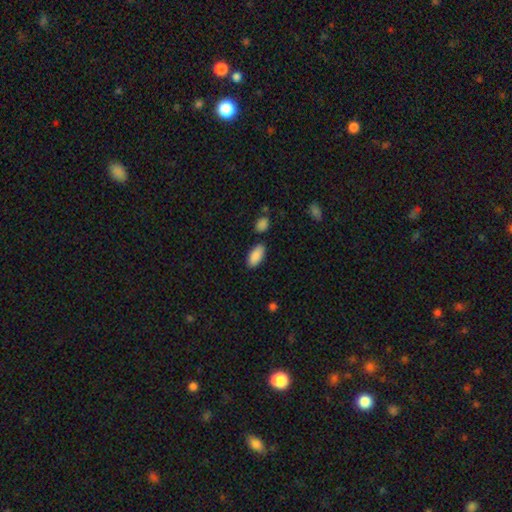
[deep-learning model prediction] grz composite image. It shows a smooth galaxy with no disk features (89%) that is in between round and cigar-shaped (92%). Merging: none (82%).